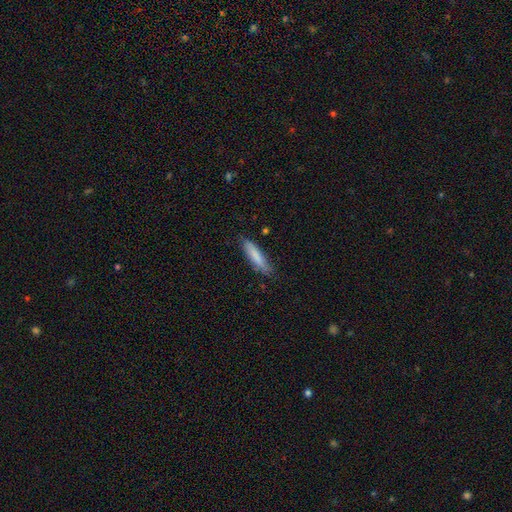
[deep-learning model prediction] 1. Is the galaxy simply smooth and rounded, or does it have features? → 80% smooth, 14% featured or disk, 6% star or artifact.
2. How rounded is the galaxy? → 78% cigar-shaped, 21% in between, 1% round.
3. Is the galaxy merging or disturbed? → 80% none, 16% minor disturbance, 3% major disturbance, 1% merger.